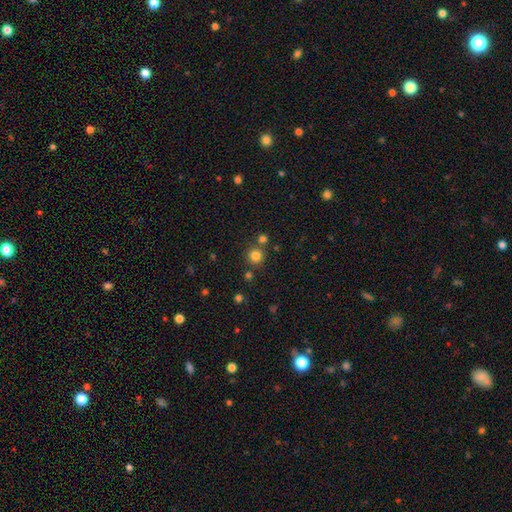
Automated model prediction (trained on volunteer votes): smooth 79%, star or artifact 15%, featured or disk 5%. Down the decision tree: how rounded — round (93%); merging — none (78%).